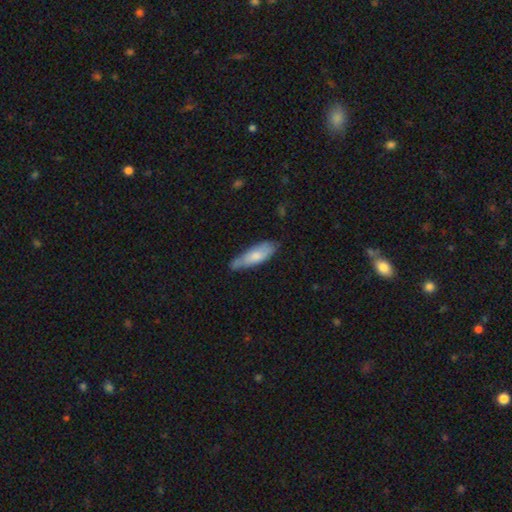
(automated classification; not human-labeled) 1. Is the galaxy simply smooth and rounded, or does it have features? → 72% smooth, 22% featured or disk, 6% star or artifact.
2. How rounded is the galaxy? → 50% cigar-shaped, 48% in between, 2% round.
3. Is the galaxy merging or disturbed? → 57% none, 31% minor disturbance, 6% major disturbance, 5% merger.